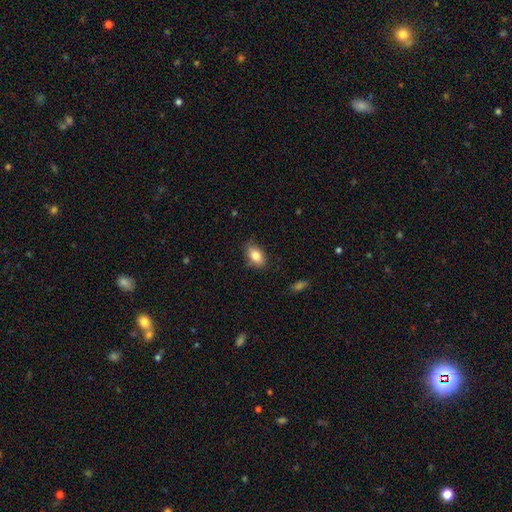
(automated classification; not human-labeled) This is clearly a smooth galaxy (82%). How rounded: clearly in between (88%). Merging: clearly none (80%).